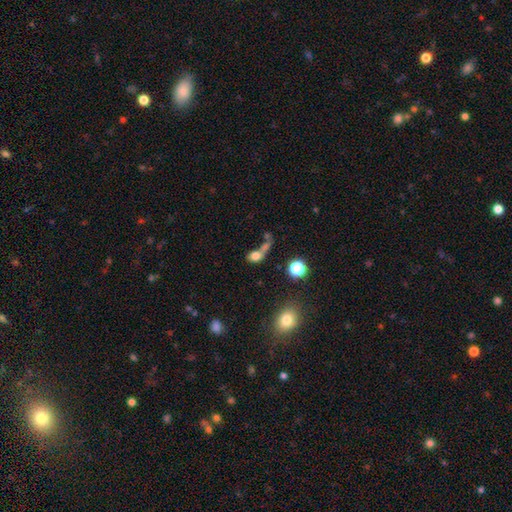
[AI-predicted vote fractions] smooth-or-featured: smooth: 71% | star or artifact: 15% | featured or disk: 14%
  how-rounded: in between: 59% | round: 36% | cigar-shaped: 5%
  merging: merger: 46% | none: 27% | major disturbance: 15% | minor disturbance: 11%